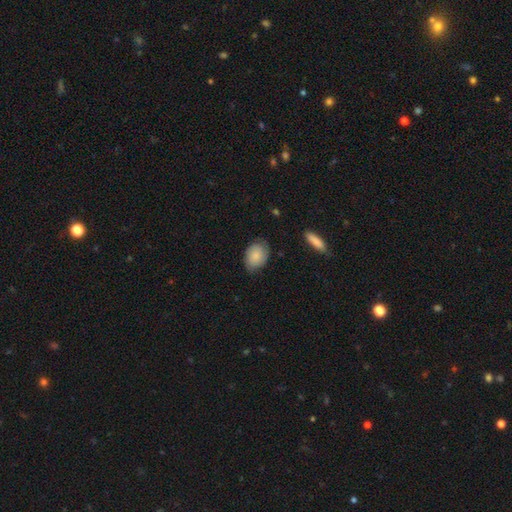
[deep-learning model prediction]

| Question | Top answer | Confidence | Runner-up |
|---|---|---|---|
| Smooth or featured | smooth | 73% | featured or disk (20%) |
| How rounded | in between | 75% | round (23%) |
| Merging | none | 74% | minor disturbance (20%) |